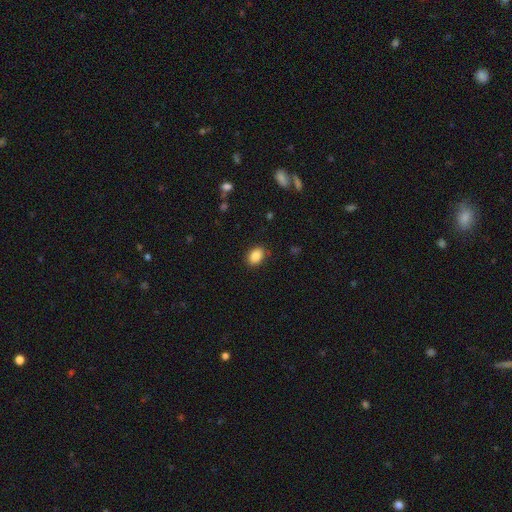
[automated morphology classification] This appears to be a smooth galaxy with no disk features (88%) that is in between round and cigar-shaped (74%). Merging: none (86%).